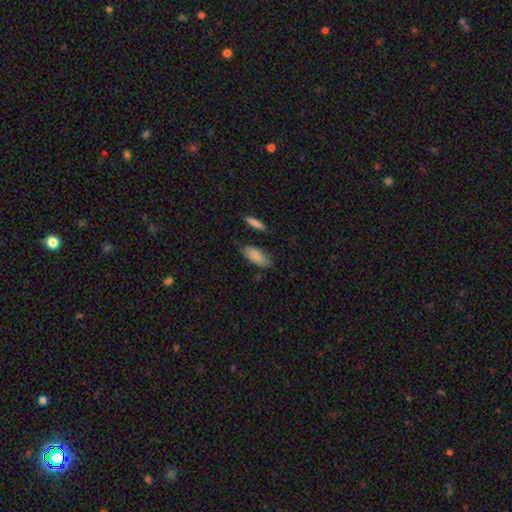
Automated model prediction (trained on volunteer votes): Morphology: type=smooth (87%); roundness=in between (83%); merging=none (78%).